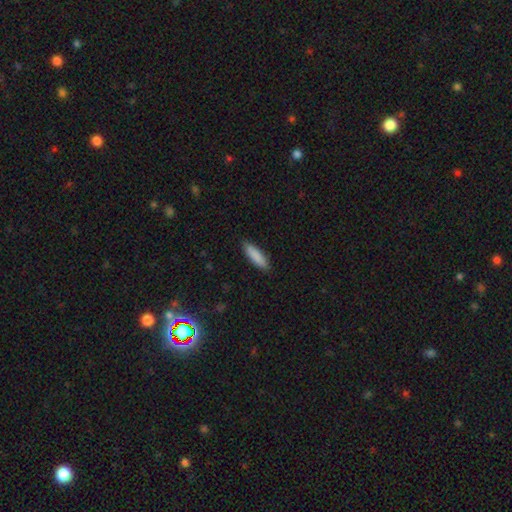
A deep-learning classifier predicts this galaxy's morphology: smooth_or_featured: smooth (p=0.88) [alt: featured or disk p=0.06]
how_rounded: cigar-shaped (p=0.60) [alt: in between p=0.39]
merging: none (p=0.88) [alt: minor disturbance p=0.09]